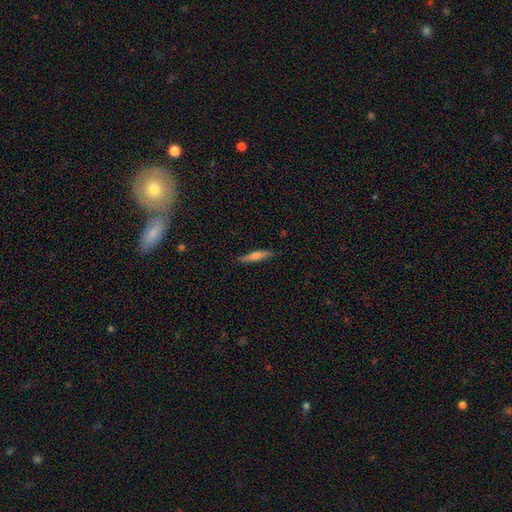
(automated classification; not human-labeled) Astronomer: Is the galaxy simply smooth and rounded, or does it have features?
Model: featured or disk — 48% (runner-up: smooth, 46%).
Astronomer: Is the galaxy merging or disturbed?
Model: none — 86%.